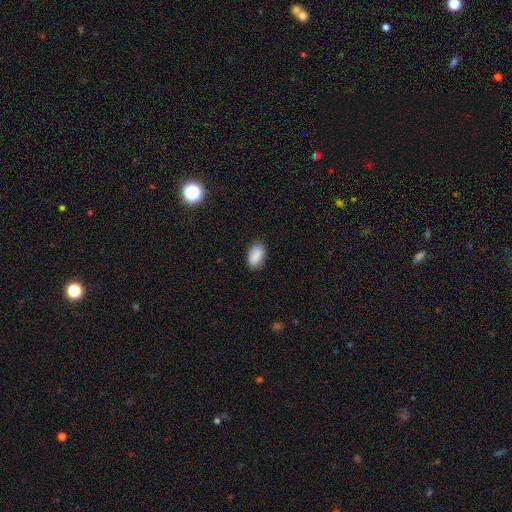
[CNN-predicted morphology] smooth-or-featured: smooth: 88% | star or artifact: 7% | featured or disk: 4%
  how-rounded: in between: 93% | round: 5% | cigar-shaped: 2%
  merging: none: 84% | minor disturbance: 12% | major disturbance: 3% | merger: 1%